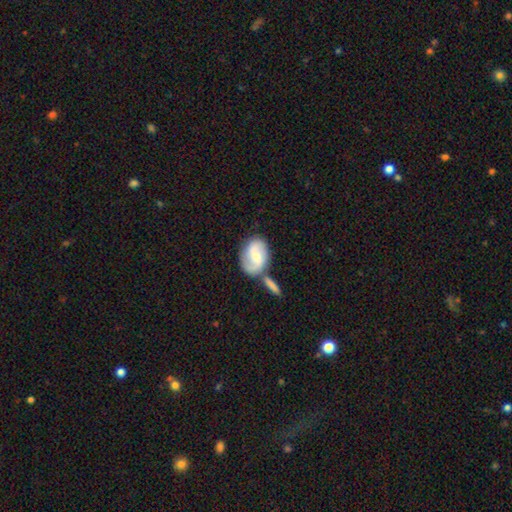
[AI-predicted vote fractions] This is possibly a featured or disk galaxy (59%). It is clearly not viewed edge-on (96%). Bar: possibly weak (46%). Spiral arm pattern: clearly yes (87%). Central bulge: possibly small (52%). Merging: possibly none (49%).